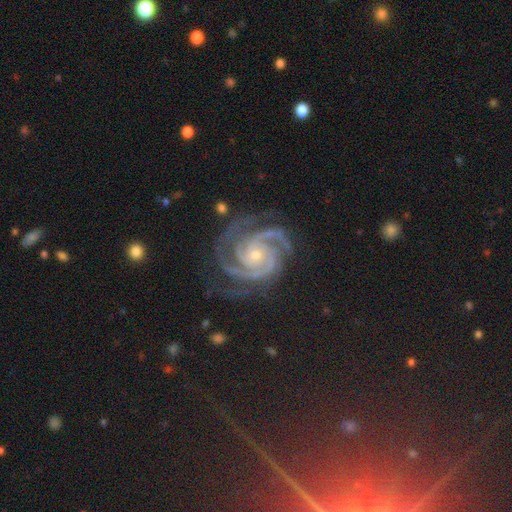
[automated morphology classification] smooth_or_featured: featured or disk (p=0.94) [alt: star or artifact p=0.04]
disk_edge_on: no (p=0.98) [alt: yes p=0.02]
bar: no (p=0.73) [alt: weak p=0.19]
has_spiral_arms: yes (p=0.99) [alt: no p=0.01]
spiral_winding: tight (p=0.71) [alt: medium p=0.27]
spiral_arm_count: 3 (p=0.54) [alt: 4 p=0.17]
bulge_size: small (p=0.67) [alt: moderate p=0.30]
merging: none (p=0.73) [alt: minor disturbance p=0.18]